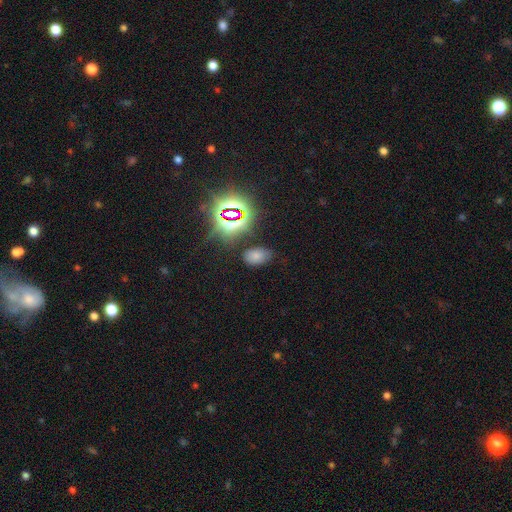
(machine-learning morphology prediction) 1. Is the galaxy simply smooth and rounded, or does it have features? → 63% smooth, 29% star or artifact, 8% featured or disk.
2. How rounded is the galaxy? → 88% in between, 11% round, 1% cigar-shaped.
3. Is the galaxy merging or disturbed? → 76% none, 16% minor disturbance, 5% major disturbance, 3% merger.